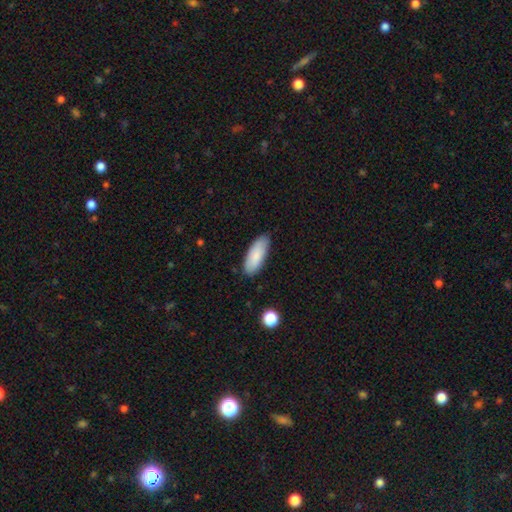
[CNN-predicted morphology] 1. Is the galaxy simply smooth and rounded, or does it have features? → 85% smooth, 9% featured or disk, 6% star or artifact.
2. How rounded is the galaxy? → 76% in between, 23% cigar-shaped, 2% round.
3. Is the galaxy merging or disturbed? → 83% none, 13% minor disturbance, 2% major disturbance, 1% merger.